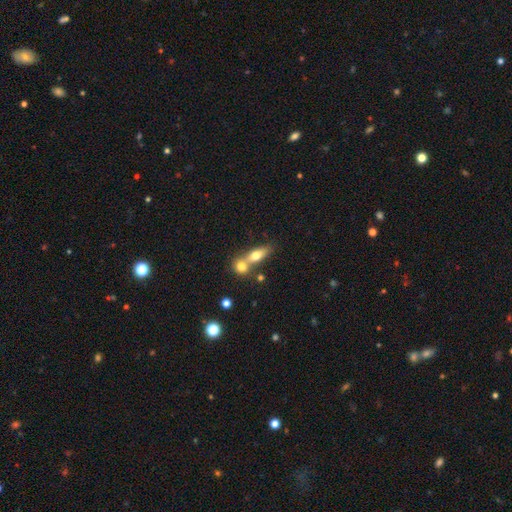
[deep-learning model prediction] This is likely a smooth galaxy (68%). How rounded: likely in between (61%). Merging: possibly merger (57%).